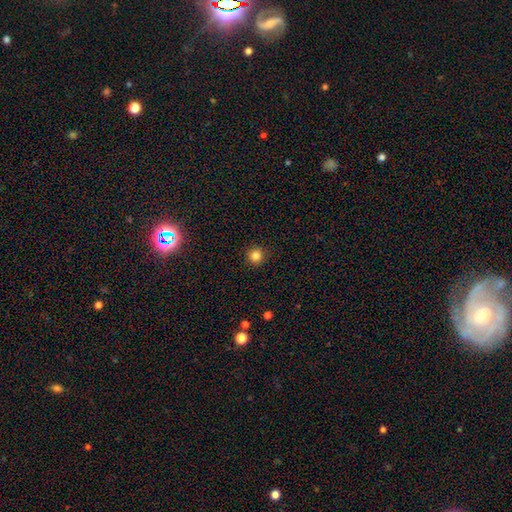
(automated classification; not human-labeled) smooth_or_featured: smooth (p=0.82) [alt: star or artifact p=0.13]
how_rounded: round (p=0.95) [alt: in between p=0.04]
merging: none (p=0.92) [alt: minor disturbance p=0.05]